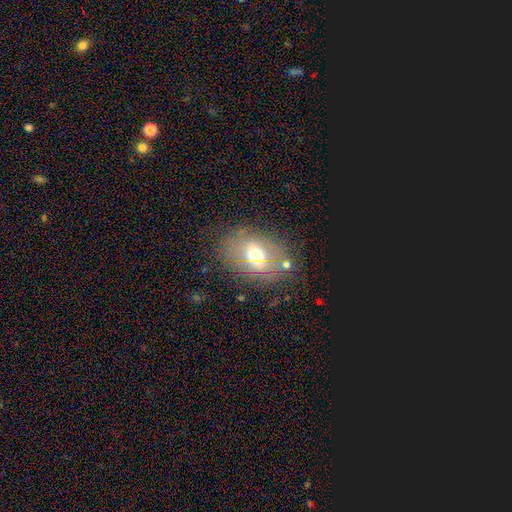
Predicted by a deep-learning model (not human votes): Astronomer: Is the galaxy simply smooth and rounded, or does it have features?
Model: smooth — 54% (runner-up: featured or disk, 33%).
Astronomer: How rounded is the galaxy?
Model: in between — 70%.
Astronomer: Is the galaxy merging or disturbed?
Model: none — 70%.